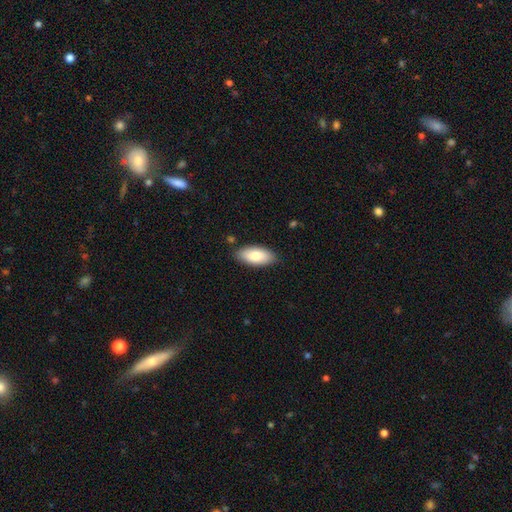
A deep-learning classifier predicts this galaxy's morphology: smooth_or_featured: smooth (p=0.79) [alt: featured or disk p=0.15]
how_rounded: in between (p=0.89) [alt: cigar-shaped p=0.09]
merging: none (p=0.85) [alt: minor disturbance p=0.11]